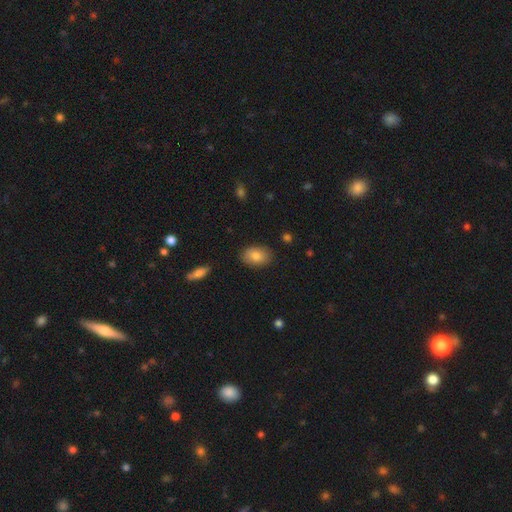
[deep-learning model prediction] Smooth or featured? smooth (85%)
How rounded? in between (84%)
Merging? none (86%)